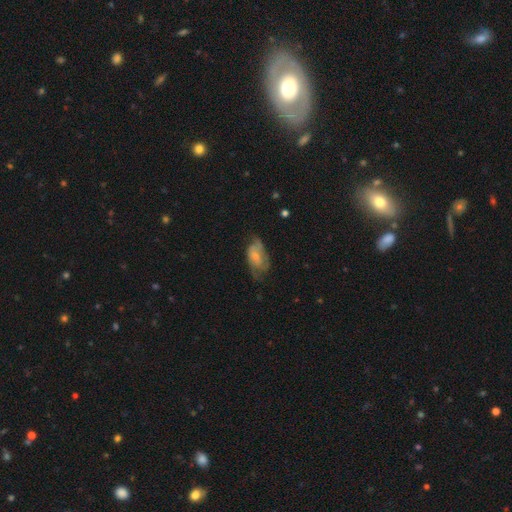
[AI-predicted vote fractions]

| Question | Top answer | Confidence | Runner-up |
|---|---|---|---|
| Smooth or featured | featured or disk | 48% | smooth (45%) |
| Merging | none | 41% | minor disturbance (32%) |